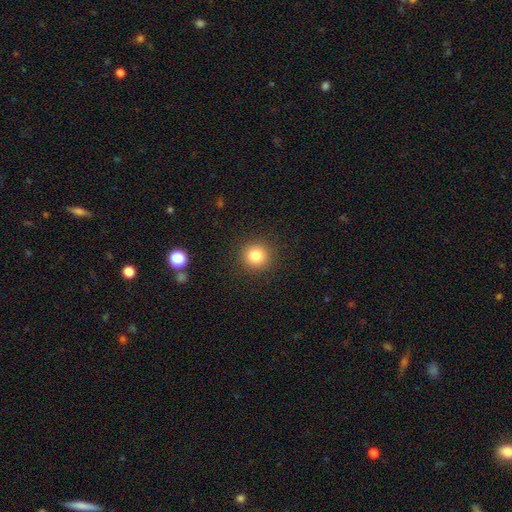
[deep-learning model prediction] Smooth or featured? smooth (82%)
How rounded? round (94%)
Merging? none (91%)